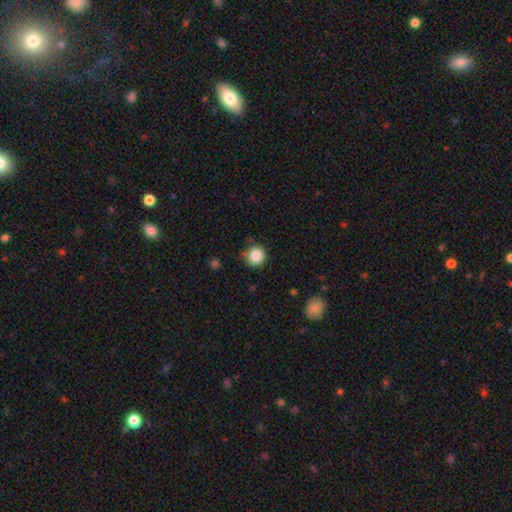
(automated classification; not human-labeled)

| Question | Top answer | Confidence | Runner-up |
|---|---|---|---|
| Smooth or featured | smooth | 86% | star or artifact (10%) |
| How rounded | round | 94% | in between (5%) |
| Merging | none | 81% | minor disturbance (14%) |